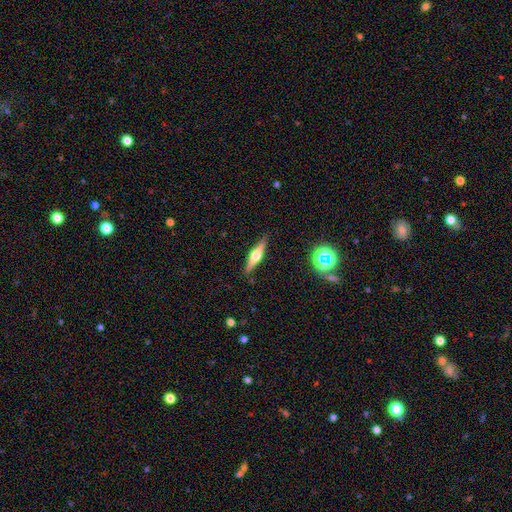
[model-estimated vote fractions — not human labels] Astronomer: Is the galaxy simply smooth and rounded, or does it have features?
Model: featured or disk — 67%.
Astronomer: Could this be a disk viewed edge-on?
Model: yes — 97%.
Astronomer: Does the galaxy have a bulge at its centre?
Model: rounded — 92%.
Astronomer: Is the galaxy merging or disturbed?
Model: none — 89%.